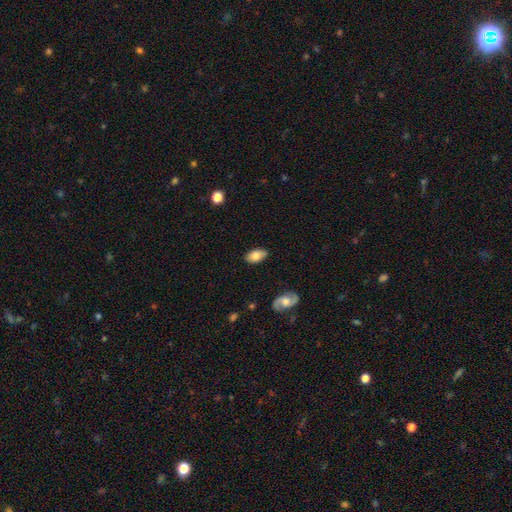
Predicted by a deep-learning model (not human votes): The model was most divided on "smooth or featured": smooth: 74%, featured or disk: 20%, star or artifact: 6%. More confident: how rounded — in between (93%); merging — none (84%).